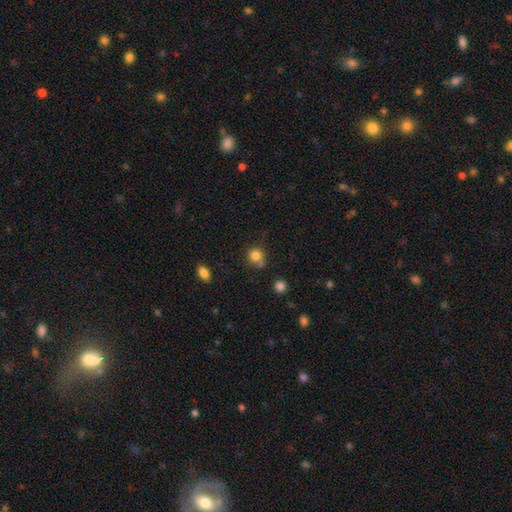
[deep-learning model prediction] The model was most divided on "merging": none: 59%, merger: 19%, minor disturbance: 16%, major disturbance: 6%. More confident: how rounded — round (86%); smooth or featured — smooth (81%).